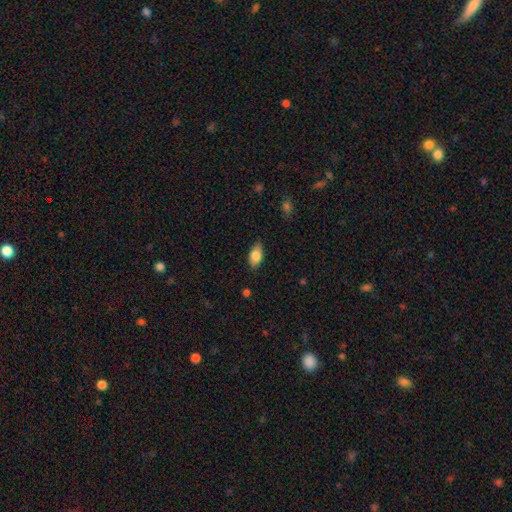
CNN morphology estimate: smooth 81%, featured or disk 11%, star or artifact 7%. Down the decision tree: how rounded — in between (90%); merging — none (82%).